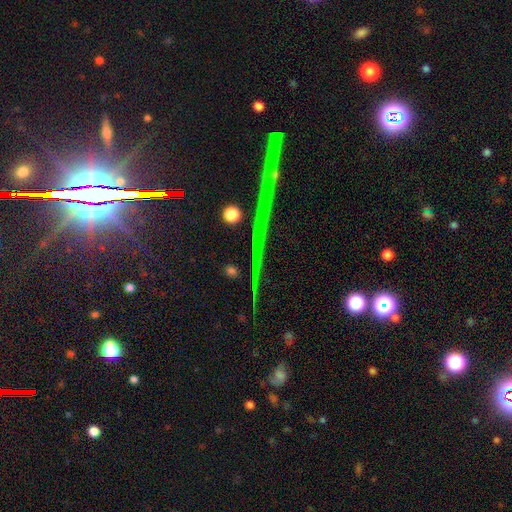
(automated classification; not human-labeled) Smooth or featured: star or artifact — 76% (featured or disk — 14%)